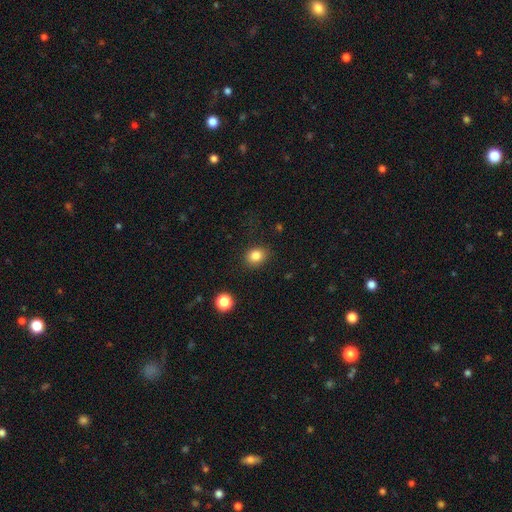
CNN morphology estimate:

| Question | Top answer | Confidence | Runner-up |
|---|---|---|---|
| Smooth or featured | smooth | 84% | star or artifact (11%) |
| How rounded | round | 54% | in between (45%) |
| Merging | none | 85% | minor disturbance (10%) |